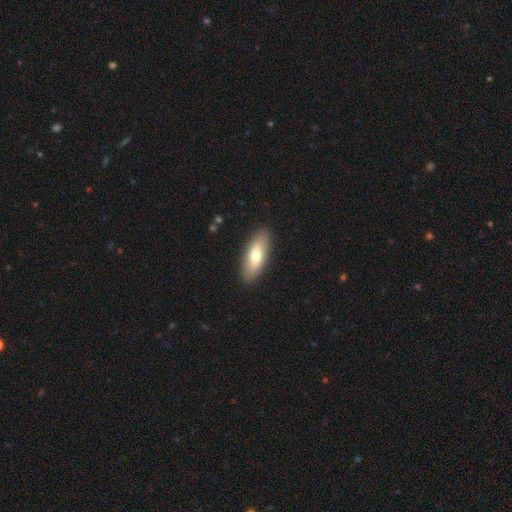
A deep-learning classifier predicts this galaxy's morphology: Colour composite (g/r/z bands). It shows a smooth galaxy with no disk features (71%) that is in between round and cigar-shaped (73%). Merging: none (89%).